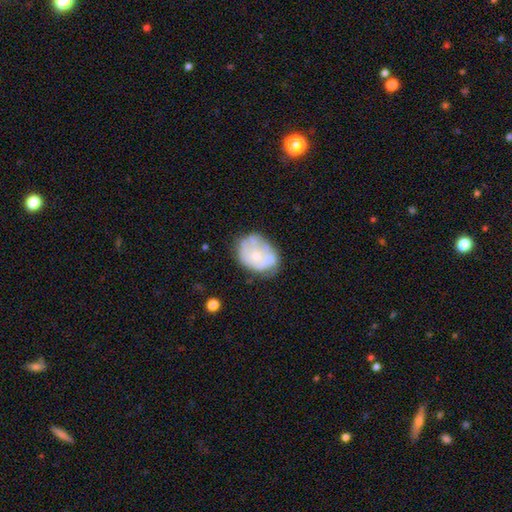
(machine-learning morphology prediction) Smooth or featured: featured or disk — 55% (smooth — 38%)
Edge-on disk: no — 98% (yes — 2%)
Bar: no — 88% (weak — 10%)
Spiral arms: no — 75% (yes — 25%)
Bulge size: small — 47% (moderate — 39%)
Merging: none — 44% (minor disturbance — 27%)